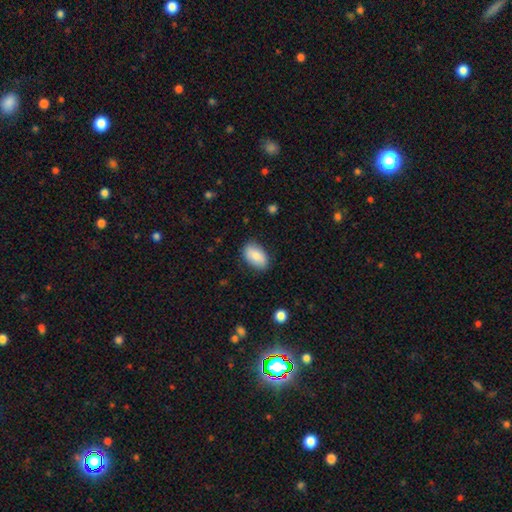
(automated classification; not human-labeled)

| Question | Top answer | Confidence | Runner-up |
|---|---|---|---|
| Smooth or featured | smooth | 80% | featured or disk (13%) |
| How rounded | in between | 92% | round (6%) |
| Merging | none | 83% | minor disturbance (13%) |